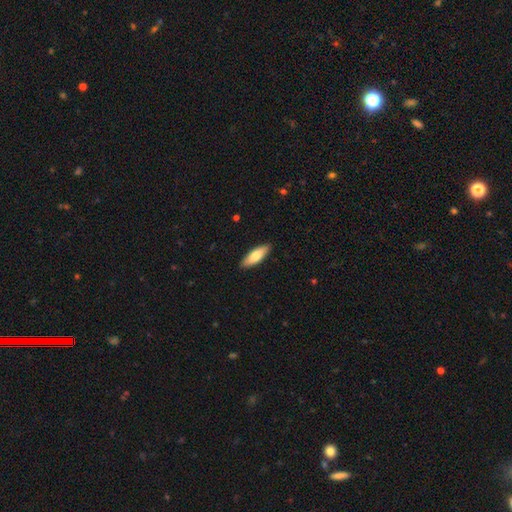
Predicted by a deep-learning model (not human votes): A smooth galaxy with no disk features (74%) that is in between round and cigar-shaped (60%). Merging: none (90%).